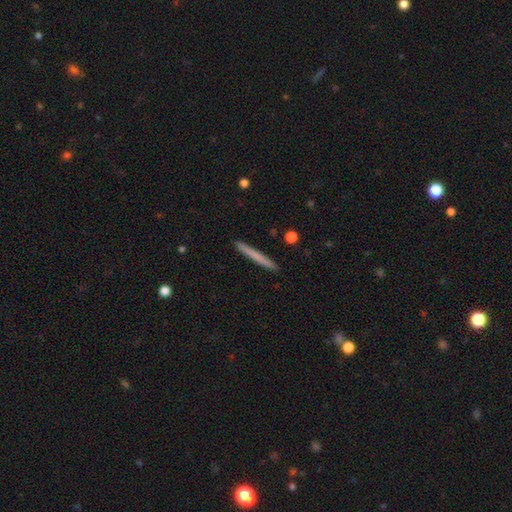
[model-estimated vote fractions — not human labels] This is likely a smooth galaxy (67%). How rounded: clearly cigar-shaped (97%). Merging: clearly none (93%).